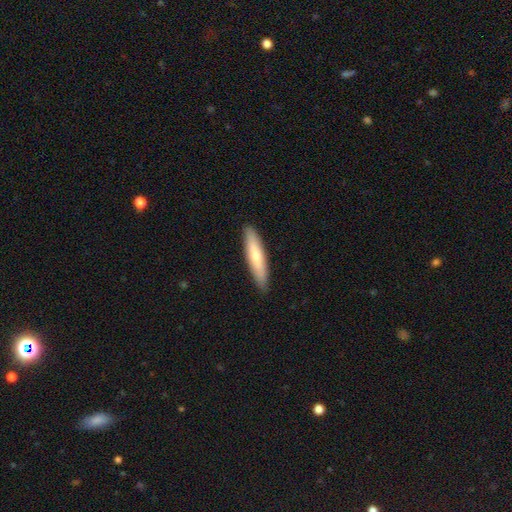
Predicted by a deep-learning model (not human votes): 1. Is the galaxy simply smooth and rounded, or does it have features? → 67% smooth, 28% featured or disk, 5% star or artifact.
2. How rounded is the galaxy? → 80% cigar-shaped, 18% in between, 1% round.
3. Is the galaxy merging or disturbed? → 89% none, 9% minor disturbance, 2% major disturbance, 1% merger.